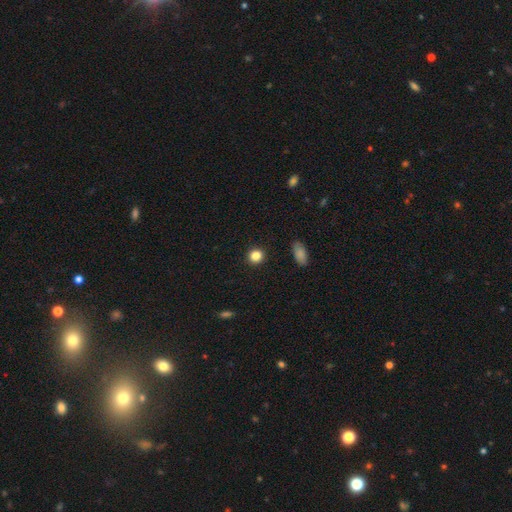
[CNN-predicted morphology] Overall: smooth (84%). How rounded: round (88%). Merging: none (92%).